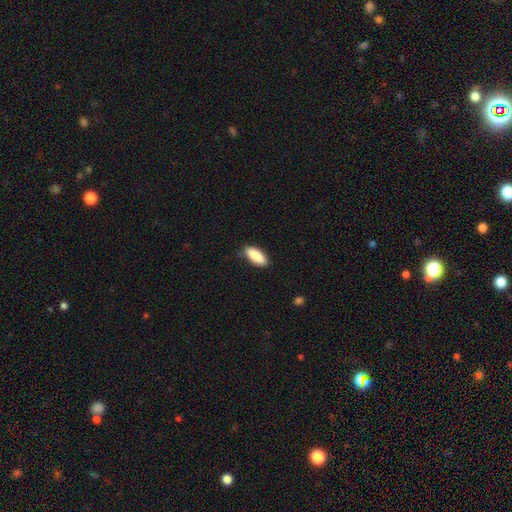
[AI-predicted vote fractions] Smooth or featured? Predicted: smooth (p=0.87). How rounded? Predicted: in between (p=0.75). Merging? Predicted: none (p=0.82).